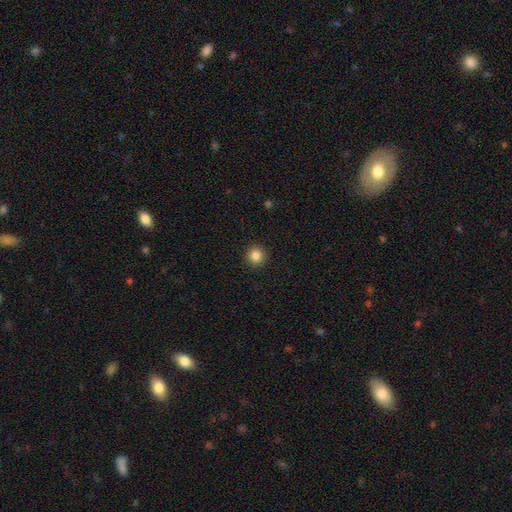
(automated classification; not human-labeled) A smooth galaxy with no disk features (85%) that is round (94%).

Vote fractions:
- Smooth or featured? smooth: 85% / star or artifact: 11% / featured or disk: 4%
- How rounded? round: 94% / in between: 5% / cigar-shaped: 1%
- Merging? none: 92% / minor disturbance: 5% / major disturbance: 2% / merger: 1%